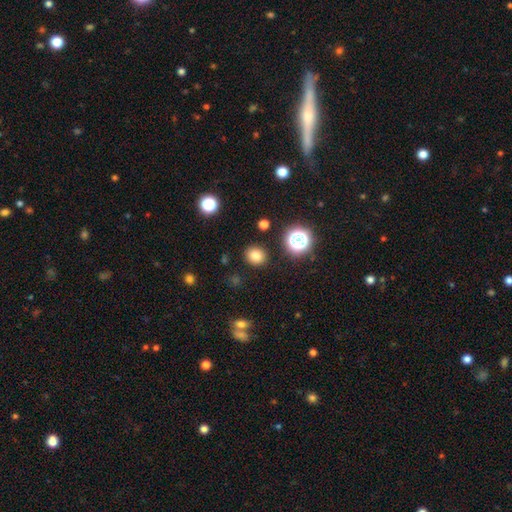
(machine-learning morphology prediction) This appears to be a smooth galaxy with no disk features (79%) that is round (79%). Merging: none (89%).